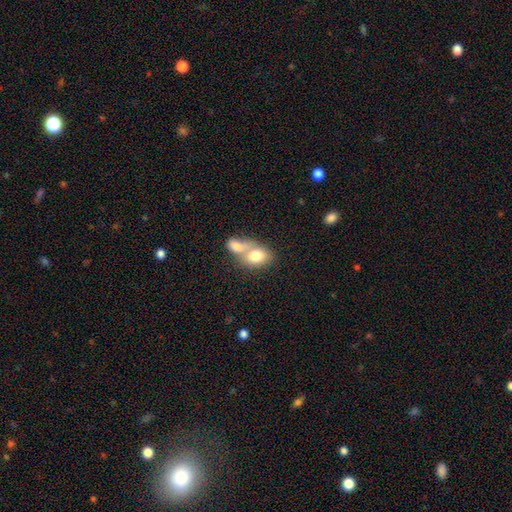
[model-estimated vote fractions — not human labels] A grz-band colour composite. It shows a smooth galaxy with no disk features (77%) that is in between round and cigar-shaped (76%). Merging: merger (67%).